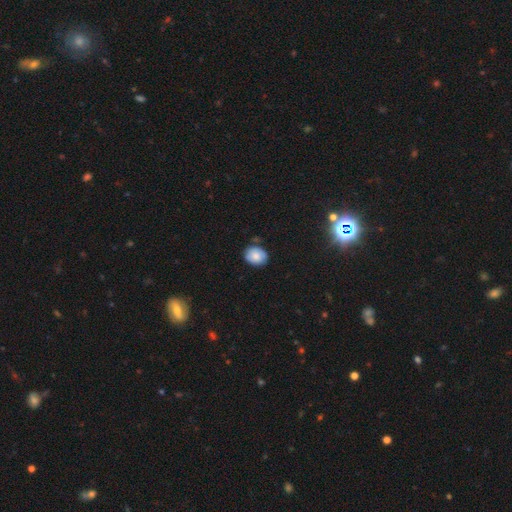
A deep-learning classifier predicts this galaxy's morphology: A smooth galaxy with no disk features (78%) that is round (51%). Merging: none (79%).